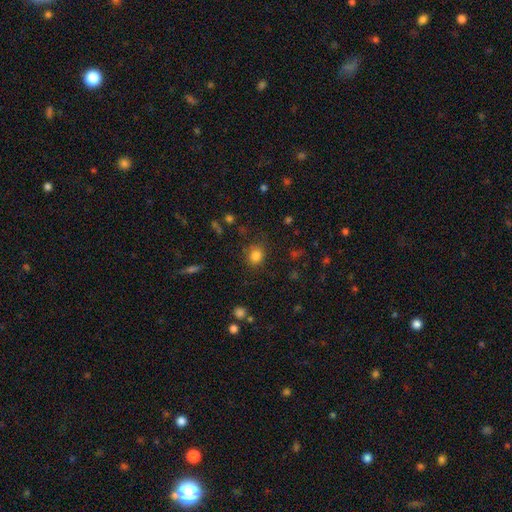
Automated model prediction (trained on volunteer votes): Smooth or featured? Predicted: smooth (p=0.83). How rounded? Predicted: round (p=0.70). Merging? Predicted: none (p=0.81).